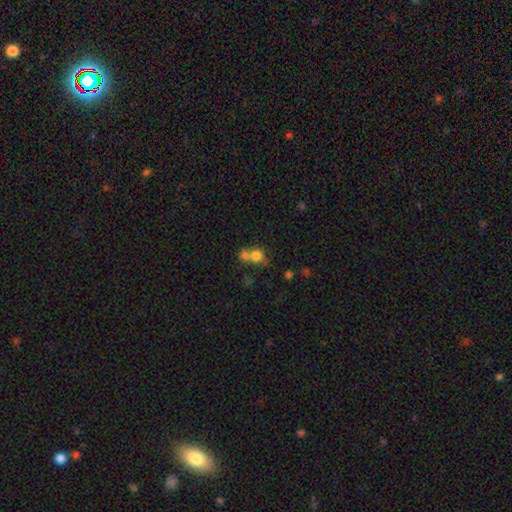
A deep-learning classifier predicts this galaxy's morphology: This is likely a smooth galaxy (76%). How rounded: clearly round (85%). Merging: possibly merger (52%).